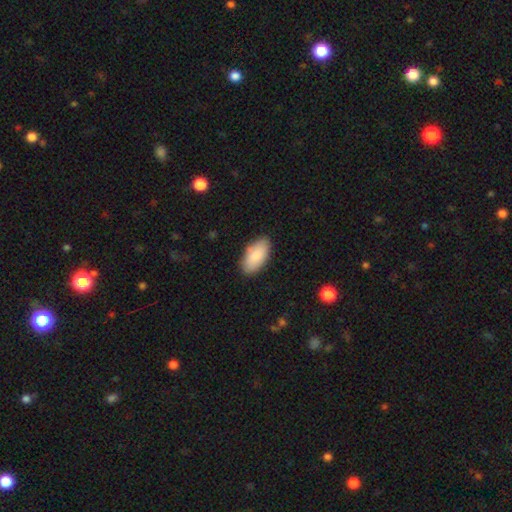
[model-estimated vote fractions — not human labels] smooth-or-featured: smooth: 85% | featured or disk: 9% | star or artifact: 6%
  how-rounded: in between: 94% | cigar-shaped: 3% | round: 2%
  merging: none: 85% | minor disturbance: 12% | major disturbance: 2% | merger: 1%